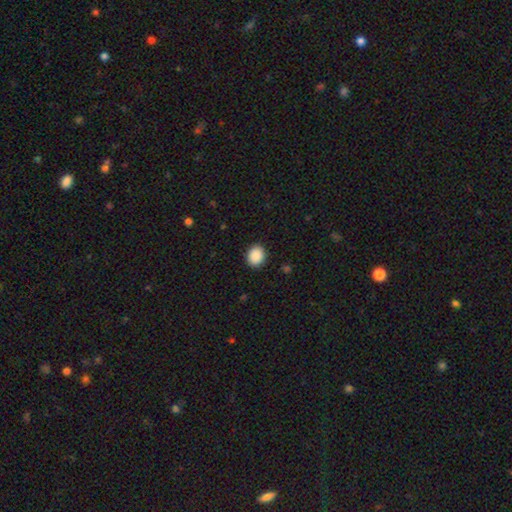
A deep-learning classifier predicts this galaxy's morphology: smooth 90%, star or artifact 8%, featured or disk 2%. Down the decision tree: how rounded — round (62%); merging — none (90%).